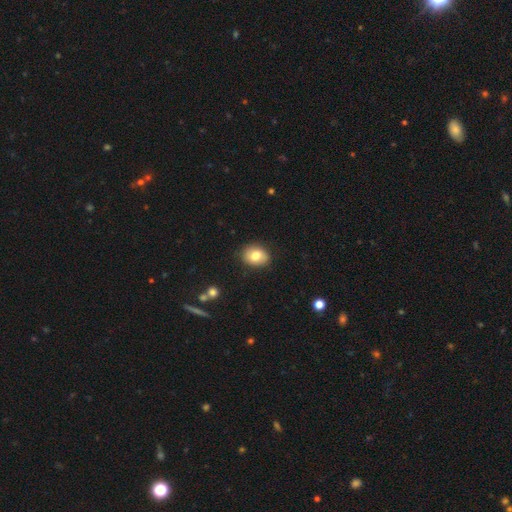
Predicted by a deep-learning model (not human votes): Smooth or featured?
  - smooth: 79% *
  - featured or disk: 12%
  - star or artifact: 8%
How rounded?
  - in between: 57% *
  - round: 42%
  - cigar-shaped: 1%
Merging?
  - none: 83% *
  - minor disturbance: 13%
  - major disturbance: 2%
  - merger: 1%